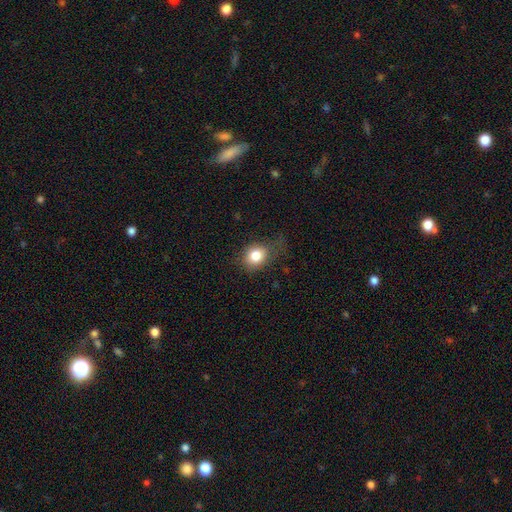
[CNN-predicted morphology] Smooth or featured? Predicted: smooth (p=0.80). How rounded? Predicted: round (p=0.56). Merging? Predicted: none (p=0.62).